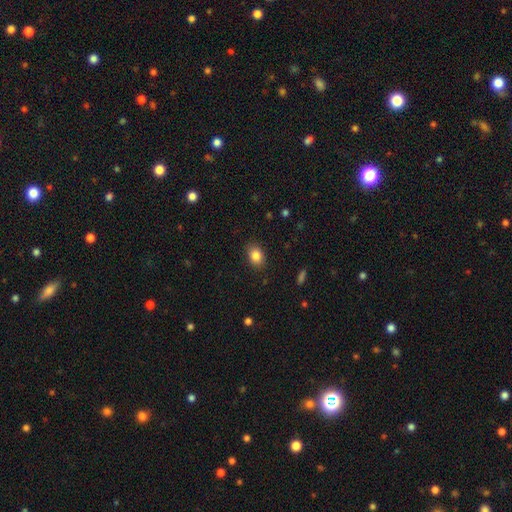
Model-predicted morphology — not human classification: type=smooth (85%); roundness=in between (71%); merging=none (87%).